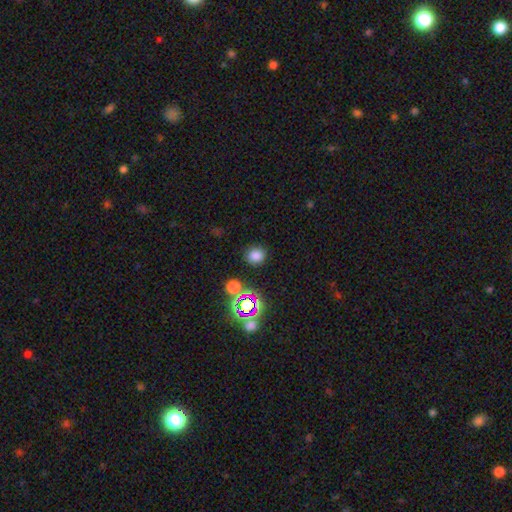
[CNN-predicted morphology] This appears to be a smooth galaxy with no disk features (76%) that is round (77%). Merging: none (85%).